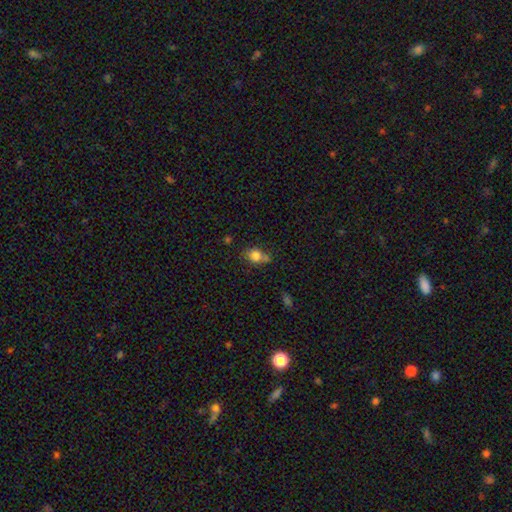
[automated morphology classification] Smooth or featured: smooth — 81% (star or artifact — 11%)
How rounded: round — 60% (in between — 38%)
Merging: none — 51% (merger — 24%)